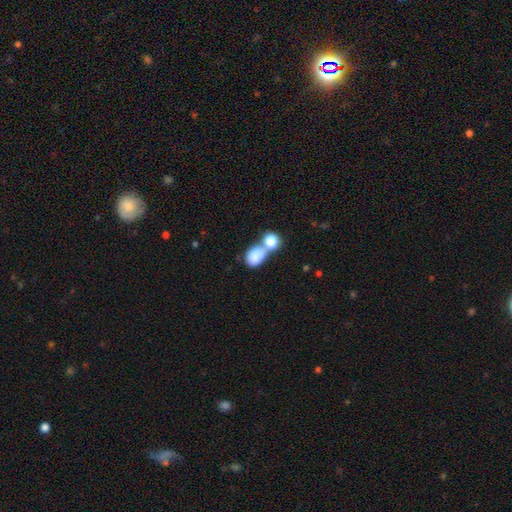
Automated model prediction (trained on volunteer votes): Smooth or featured?
  - smooth: 82% *
  - featured or disk: 10%
  - star or artifact: 7%
How rounded?
  - in between: 66% *
  - round: 32%
  - cigar-shaped: 2%
Merging?
  - merger: 69% *
  - none: 19%
  - minor disturbance: 7%
  - major disturbance: 5%